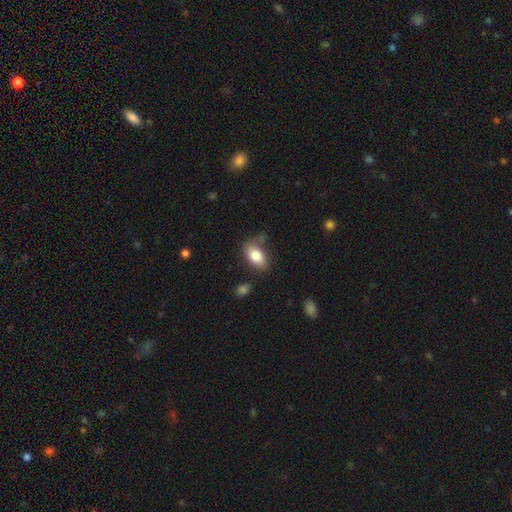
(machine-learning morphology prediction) Smooth or featured? Predicted: smooth (p=0.81). How rounded? Predicted: in between (p=0.91). Merging? Predicted: none (p=0.69).